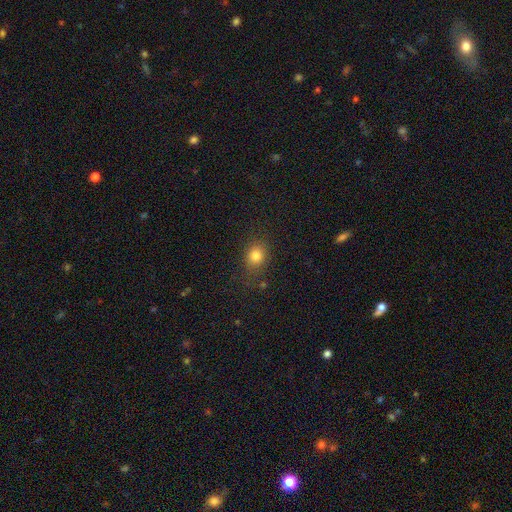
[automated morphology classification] smooth_or_featured: smooth (p=0.80) [alt: star or artifact p=0.13]
how_rounded: round (p=0.62) [alt: in between p=0.37]
merging: none (p=0.77) [alt: minor disturbance p=0.15]